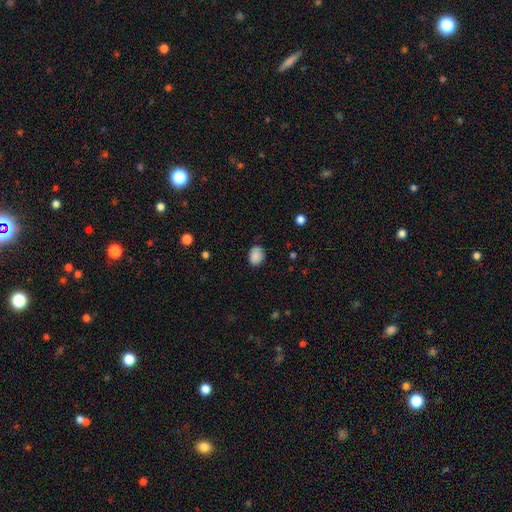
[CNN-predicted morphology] A smooth galaxy with no disk features (87%) that is in between round and cigar-shaped (56%).

Vote fractions:
- Smooth or featured? smooth: 87% / star or artifact: 8% / featured or disk: 5%
- How rounded? in between: 56% / round: 43% / cigar-shaped: 1%
- Merging? none: 73% / minor disturbance: 22% / major disturbance: 4% / merger: 1%